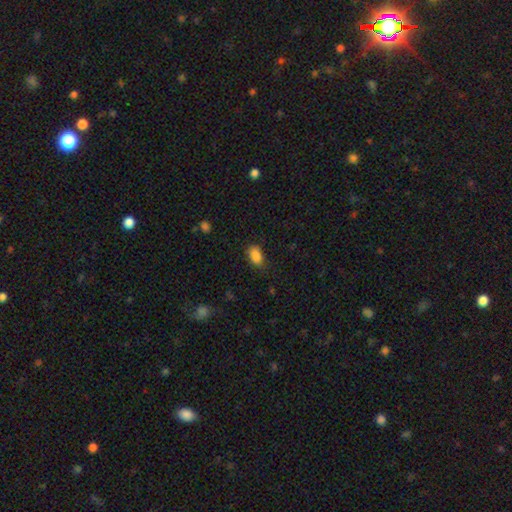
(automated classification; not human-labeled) smooth 88%, star or artifact 9%, featured or disk 4%. Down the decision tree: how rounded — in between (91%); merging — none (76%).